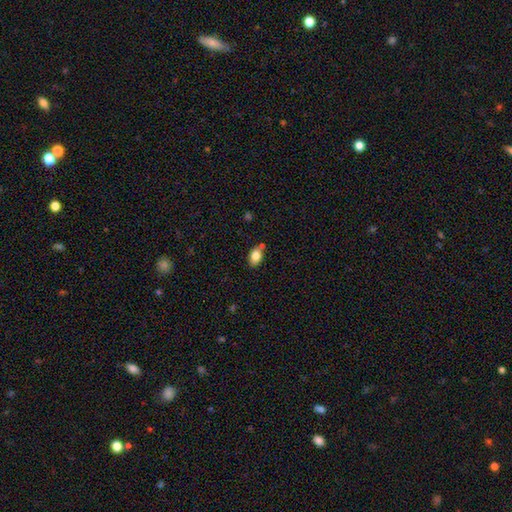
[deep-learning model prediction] Morphology: type=smooth (82%); roundness=in between (86%); merging=none (71%).